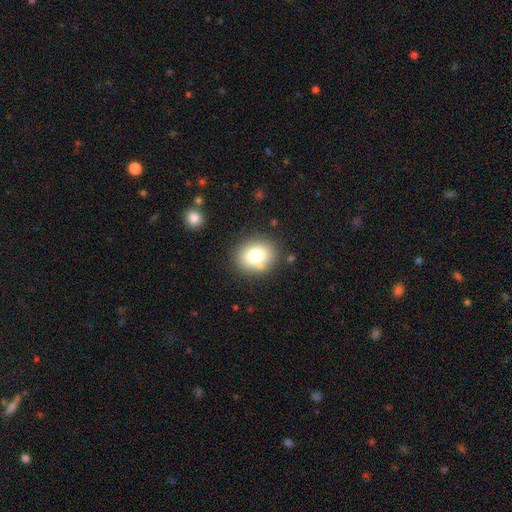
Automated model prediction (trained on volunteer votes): Smooth or featured?
  - smooth: 76% *
  - featured or disk: 12%
  - star or artifact: 11%
How rounded?
  - round: 64% *
  - in between: 35%
  - cigar-shaped: 1%
Merging?
  - none: 80% *
  - minor disturbance: 11%
  - merger: 5%
  - major disturbance: 4%